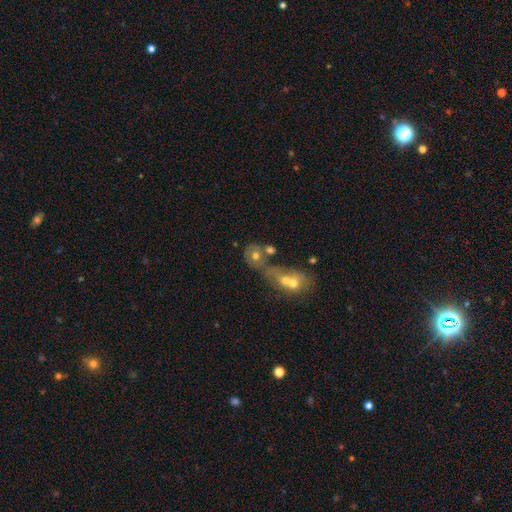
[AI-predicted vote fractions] A smooth galaxy with no disk features (59%) that is round (66%).

Vote fractions:
- Smooth or featured? smooth: 59% / featured or disk: 29% / star or artifact: 12%
- How rounded? round: 66% / in between: 32% / cigar-shaped: 2%
- Merging? merger: 50% / none: 30% / minor disturbance: 11% / major disturbance: 9%